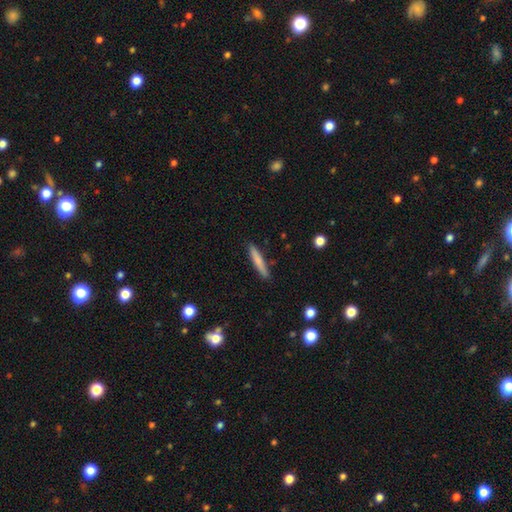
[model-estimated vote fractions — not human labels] Q: Smooth or featured?
A: smooth (67%); runner-up: featured or disk (26%)
Q: How rounded?
A: cigar-shaped (94%); runner-up: in between (4%)
Q: Merging?
A: none (89%); runner-up: minor disturbance (8%)